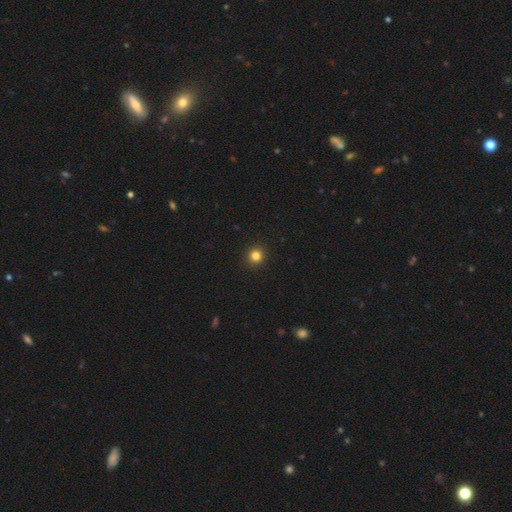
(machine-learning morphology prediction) This appears to be a smooth galaxy with no disk features (83%) that is round (93%). Merging: none (93%).